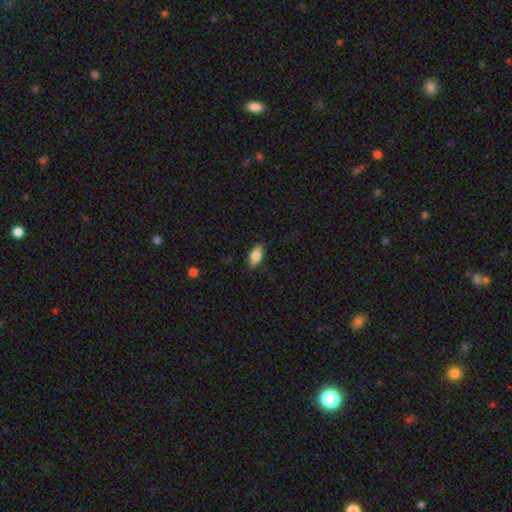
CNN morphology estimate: Smooth or featured? smooth (84%)
How rounded? in between (90%)
Merging? none (87%)